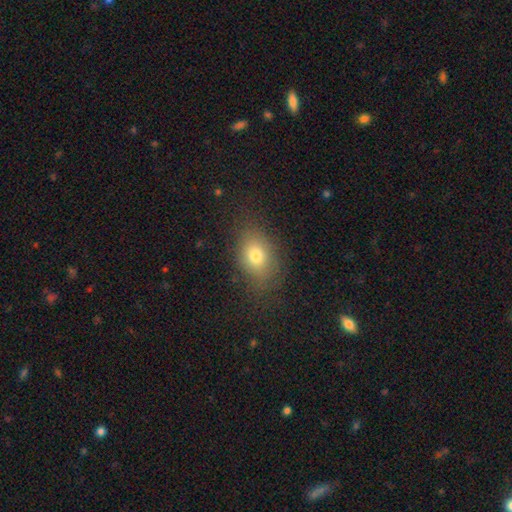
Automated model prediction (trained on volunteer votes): Morphology: type=smooth (76%); roundness=in between (73%); merging=none (76%).